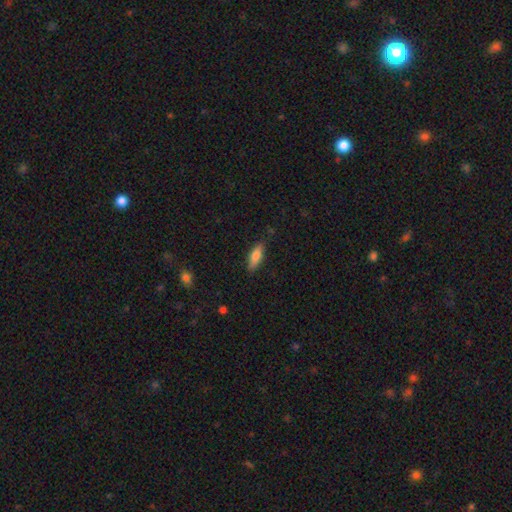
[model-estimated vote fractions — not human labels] Morphology: type=smooth (76%); roundness=in between (52%); merging=none (84%).